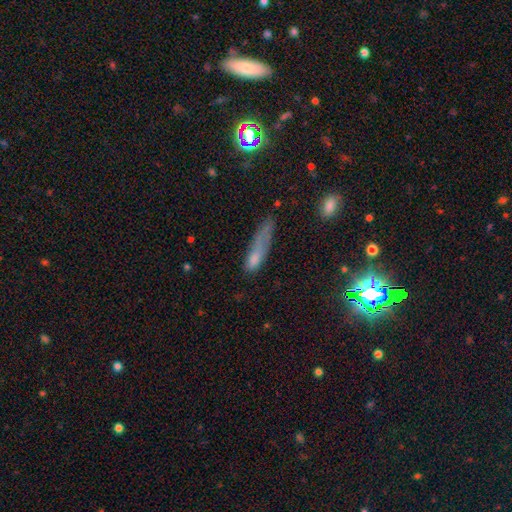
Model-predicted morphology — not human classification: This is likely a smooth galaxy (66%). How rounded: likely cigar-shaped (69%). Merging: marginally major disturbance (34%).